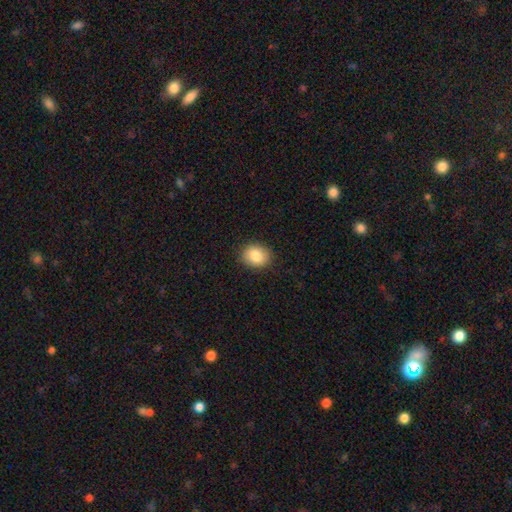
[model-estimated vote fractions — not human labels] Morphology: type=smooth (85%); roundness=round (51%); merging=none (89%).